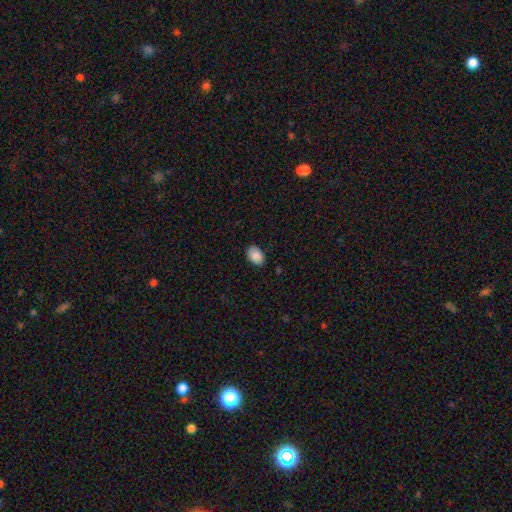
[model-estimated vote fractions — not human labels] Smooth or featured? smooth (89%)
How rounded? in between (82%)
Merging? none (85%)